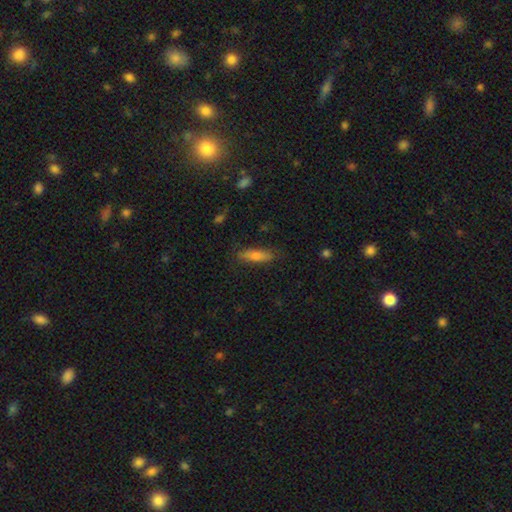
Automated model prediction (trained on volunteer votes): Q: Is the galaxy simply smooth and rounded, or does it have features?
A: smooth — 61%.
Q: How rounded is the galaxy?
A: cigar-shaped — 62%.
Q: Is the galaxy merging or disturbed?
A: none — 83%.